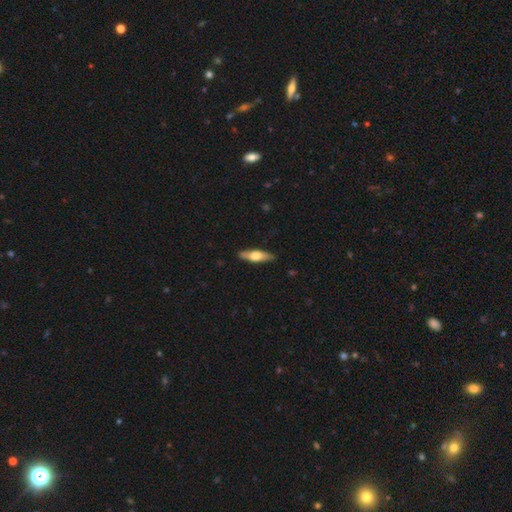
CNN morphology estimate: Overall: smooth (53%; featured or disk 42%). How rounded: cigar-shaped (58%; in between 40%). Merging: none (88%).